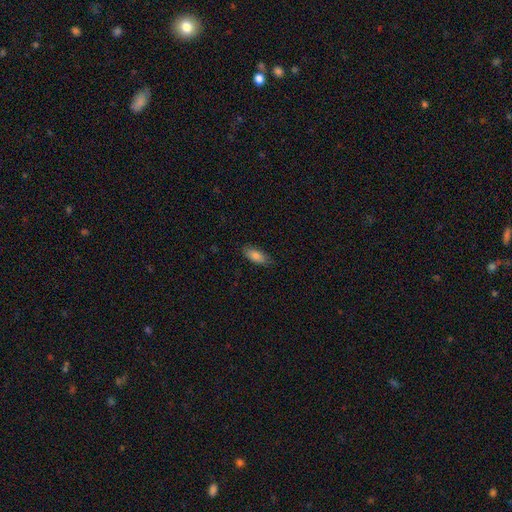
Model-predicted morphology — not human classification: smooth_or_featured: smooth (p=0.82) [alt: featured or disk p=0.11]
how_rounded: in between (p=0.83) [alt: cigar-shaped p=0.15]
merging: none (p=0.82) [alt: minor disturbance p=0.15]